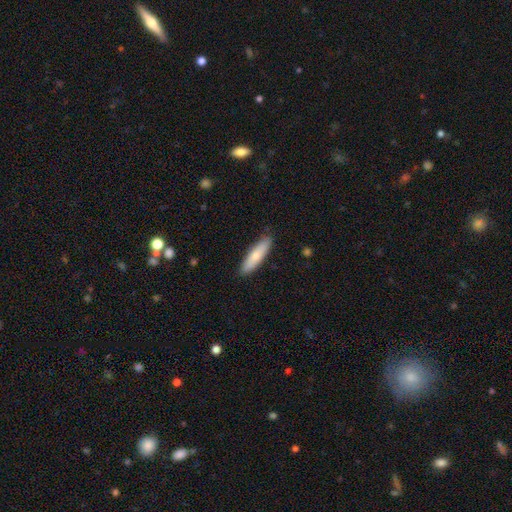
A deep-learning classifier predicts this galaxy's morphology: This appears to be a smooth galaxy with no disk features (73%) that is cigar-shaped (67%). Merging: none (87%).